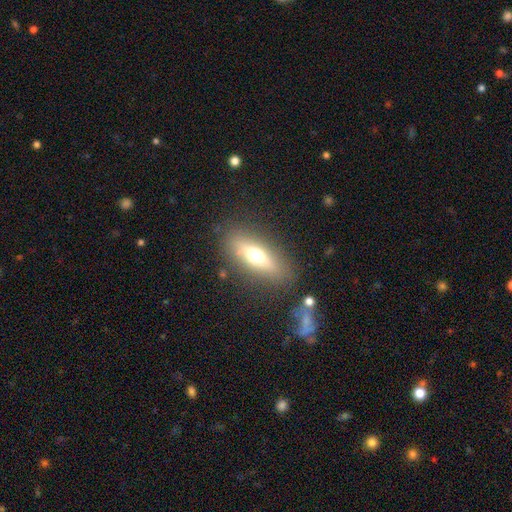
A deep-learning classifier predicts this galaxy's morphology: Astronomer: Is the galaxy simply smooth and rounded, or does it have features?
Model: smooth — 52% (runner-up: featured or disk, 39%).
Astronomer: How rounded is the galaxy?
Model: in between — 55% (runner-up: cigar-shaped, 40%).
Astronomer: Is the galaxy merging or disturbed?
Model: none — 82%.